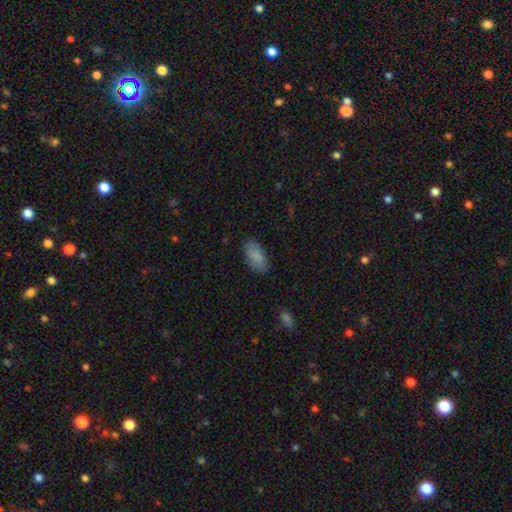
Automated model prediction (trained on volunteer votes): This is clearly a smooth galaxy (87%). How rounded: clearly in between (94%). Merging: clearly none (84%).